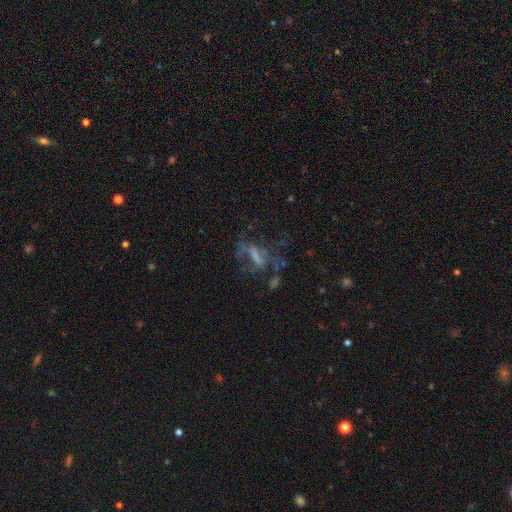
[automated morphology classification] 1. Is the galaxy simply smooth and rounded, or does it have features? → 50% featured or disk, 26% star or artifact, 24% smooth.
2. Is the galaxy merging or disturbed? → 42% none, 34% major disturbance, 16% minor disturbance, 7% merger.